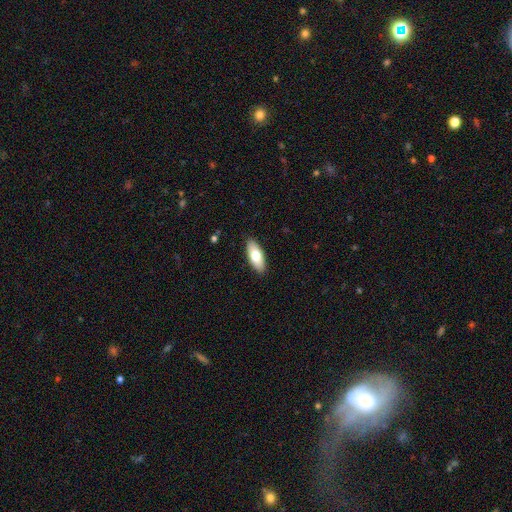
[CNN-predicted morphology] Smooth or featured? smooth (74%)
How rounded? in between (79%)
Merging? none (89%)